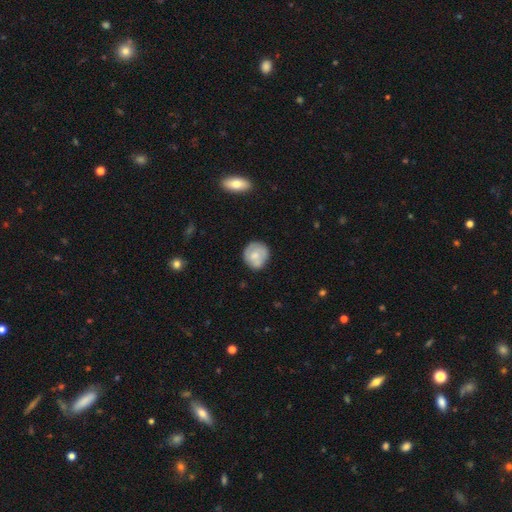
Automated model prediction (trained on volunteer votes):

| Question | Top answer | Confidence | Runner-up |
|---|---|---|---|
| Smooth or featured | smooth | 69% | featured or disk (24%) |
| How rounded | round | 86% | in between (13%) |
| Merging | none | 74% | minor disturbance (20%) |